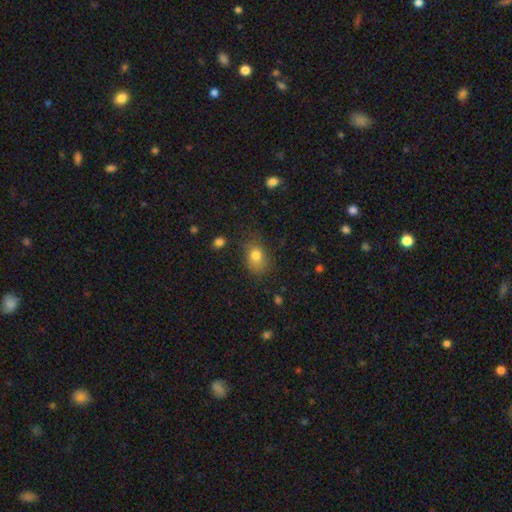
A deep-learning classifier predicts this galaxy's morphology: Q: Smooth or featured?
A: smooth (79%); runner-up: star or artifact (11%)
Q: How rounded?
A: in between (68%); runner-up: round (31%)
Q: Merging?
A: none (71%); runner-up: minor disturbance (21%)